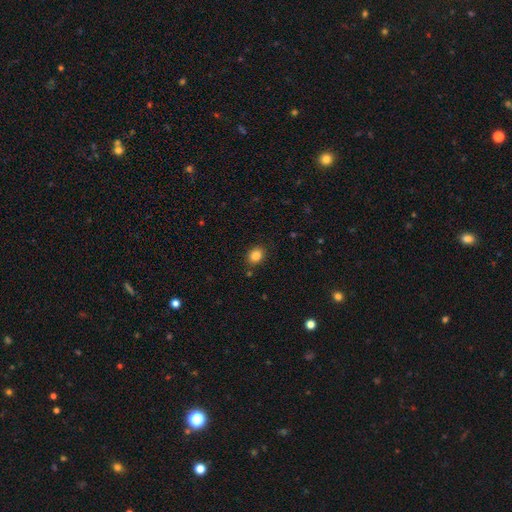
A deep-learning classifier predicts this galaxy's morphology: This appears to be a smooth galaxy with no disk features (85%) that is in between round and cigar-shaped (55%). Merging: none (85%).